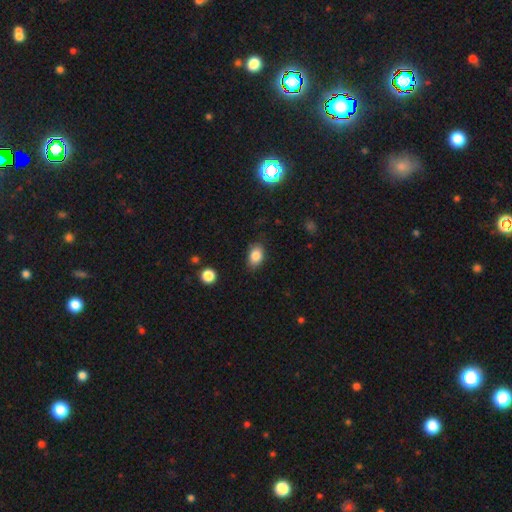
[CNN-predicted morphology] This appears to be a smooth galaxy with no disk features (85%) that is in between round and cigar-shaped (83%). Merging: none (82%).